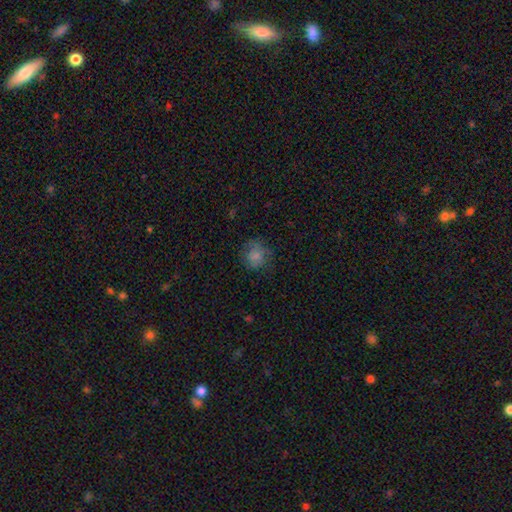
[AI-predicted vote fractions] Overall: smooth (73%). How rounded: round (78%). Merging: none (69%).